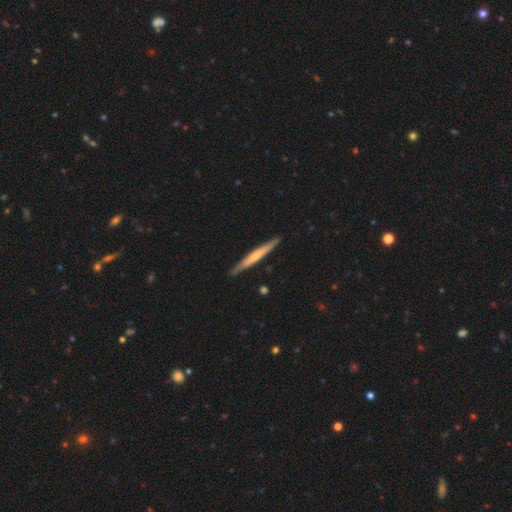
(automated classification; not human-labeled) A featured or disk galaxy (48%).

Vote fractions:
- Smooth or featured? featured or disk: 48% / smooth: 47% / star or artifact: 5%
- Merging? none: 88% / minor disturbance: 9% / major disturbance: 1% / merger: 1%